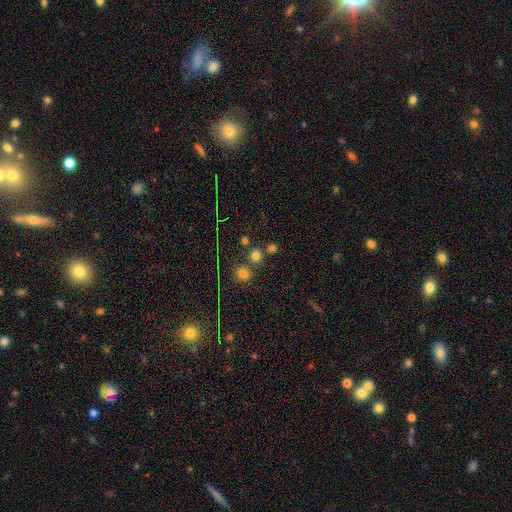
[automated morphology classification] A smooth galaxy with no disk features (69%) that is round (91%). Merging: none (70%).